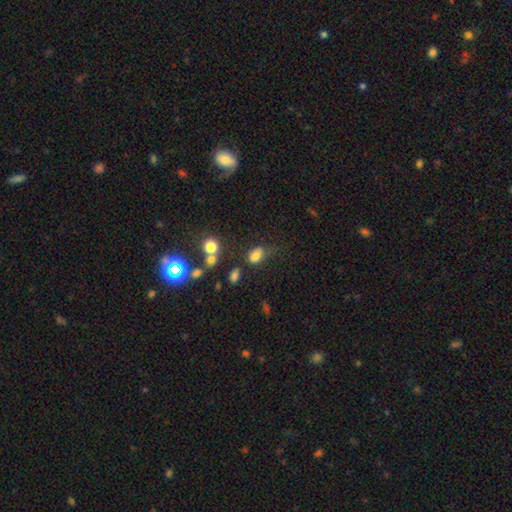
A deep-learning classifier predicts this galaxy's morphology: Smooth or featured? Predicted: smooth (p=0.78). How rounded? Predicted: in between (p=0.83). Merging? Predicted: none (p=0.47).